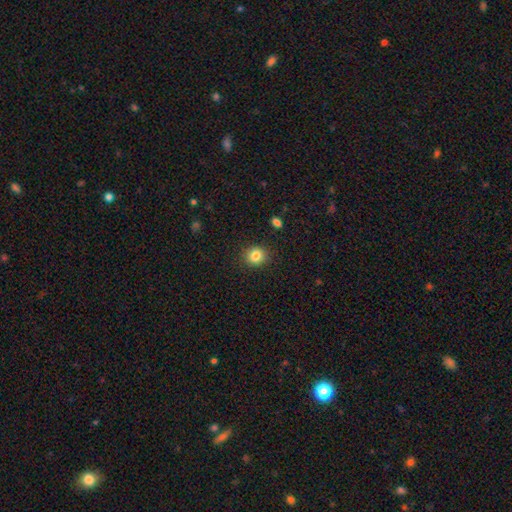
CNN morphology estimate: Smooth or featured?
  - smooth: 84% *
  - star or artifact: 11%
  - featured or disk: 6%
How rounded?
  - round: 78% *
  - in between: 21%
  - cigar-shaped: 1%
Merging?
  - none: 89% *
  - minor disturbance: 8%
  - major disturbance: 2%
  - merger: 1%